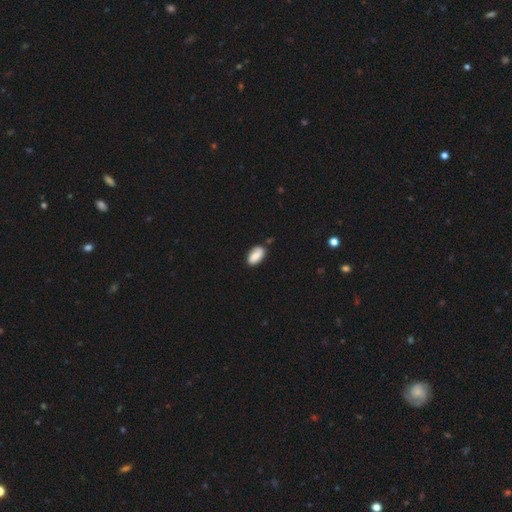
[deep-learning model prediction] Smooth or featured?
  - smooth: 72% *
  - featured or disk: 21%
  - star or artifact: 7%
How rounded?
  - in between: 92% *
  - round: 4%
  - cigar-shaped: 4%
Merging?
  - none: 78% *
  - minor disturbance: 16%
  - major disturbance: 3%
  - merger: 3%